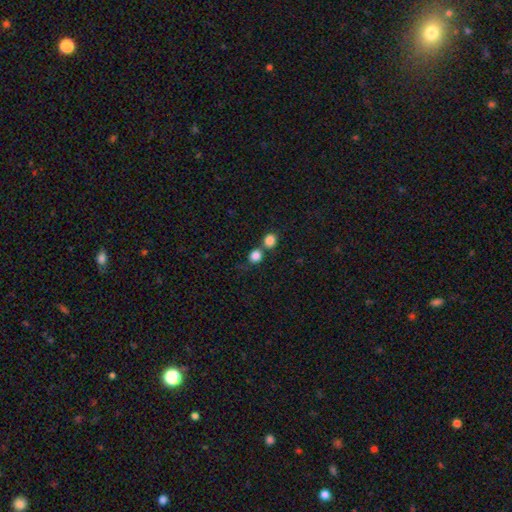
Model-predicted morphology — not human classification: A smooth galaxy with no disk features (83%) that is round (80%). Merging: none (53%).